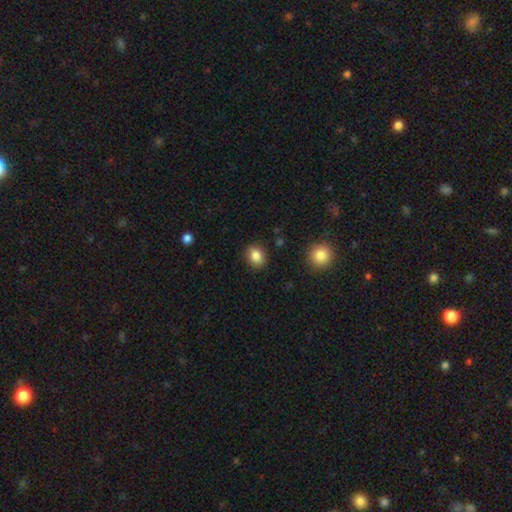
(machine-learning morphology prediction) The model was most divided on "how rounded": round: 63%, in between: 36%, cigar-shaped: 1%. More confident: merging — none (88%); smooth or featured — smooth (85%).